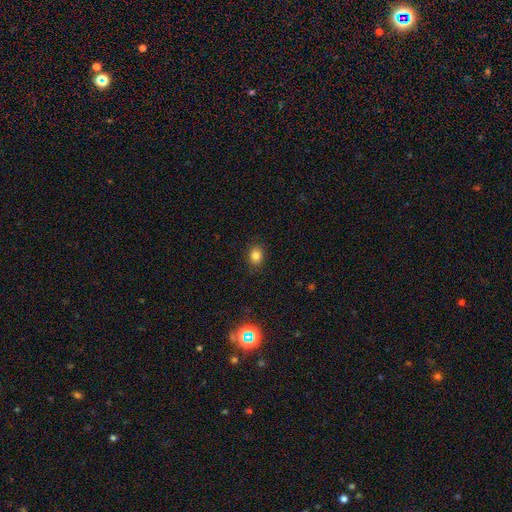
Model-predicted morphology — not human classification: The model was most divided on "how rounded": round: 58%, in between: 41%, cigar-shaped: 1%. More confident: merging — none (89%); smooth or featured — smooth (82%).